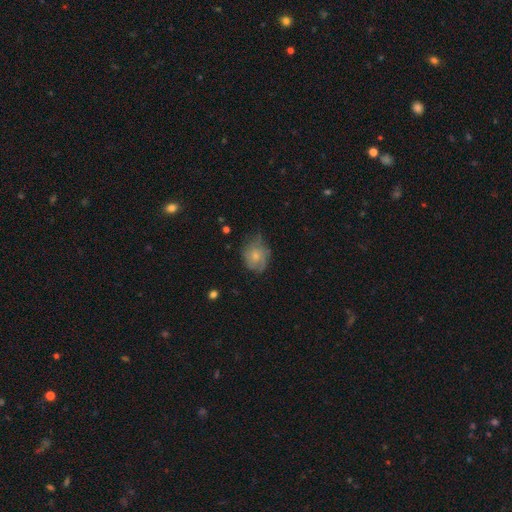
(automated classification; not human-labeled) smooth_or_featured: smooth (p=0.61) [alt: featured or disk p=0.31]
how_rounded: round (p=0.56) [alt: in between p=0.43]
merging: none (p=0.51) [alt: minor disturbance p=0.34]